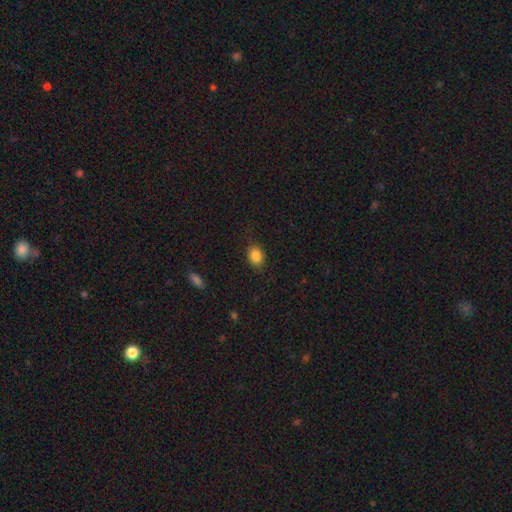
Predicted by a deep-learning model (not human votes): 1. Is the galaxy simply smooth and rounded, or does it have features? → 84% smooth, 9% star or artifact, 6% featured or disk.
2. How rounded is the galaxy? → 65% in between, 33% round, 1% cigar-shaped.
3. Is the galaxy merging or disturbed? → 80% none, 14% minor disturbance, 4% major disturbance, 1% merger.